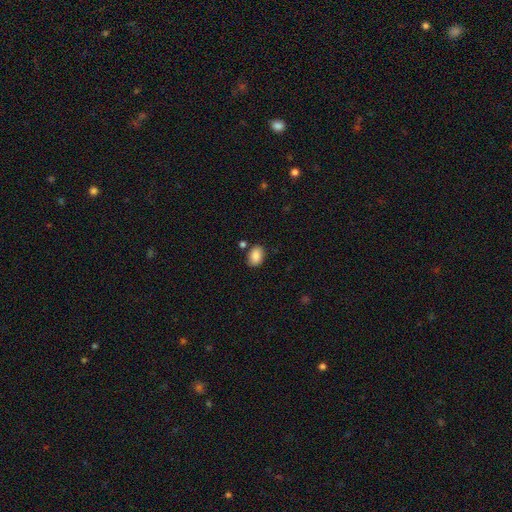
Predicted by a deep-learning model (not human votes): smooth_or_featured: smooth (p=0.87) [alt: star or artifact p=0.08]
how_rounded: in between (p=0.80) [alt: round p=0.19]
merging: none (p=0.80) [alt: minor disturbance p=0.12]